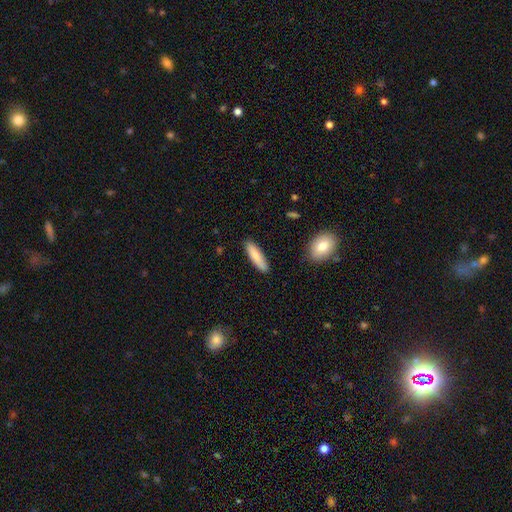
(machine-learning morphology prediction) Smooth or featured?
  - smooth: 82% *
  - featured or disk: 12%
  - star or artifact: 6%
How rounded?
  - cigar-shaped: 71% *
  - in between: 28%
  - round: 2%
Merging?
  - none: 87% *
  - minor disturbance: 9%
  - major disturbance: 2%
  - merger: 2%